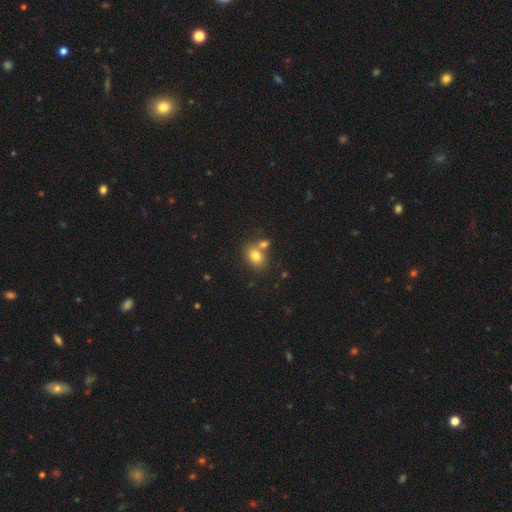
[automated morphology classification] type=smooth (79%); roundness=in between (68%); merging=none (54%).